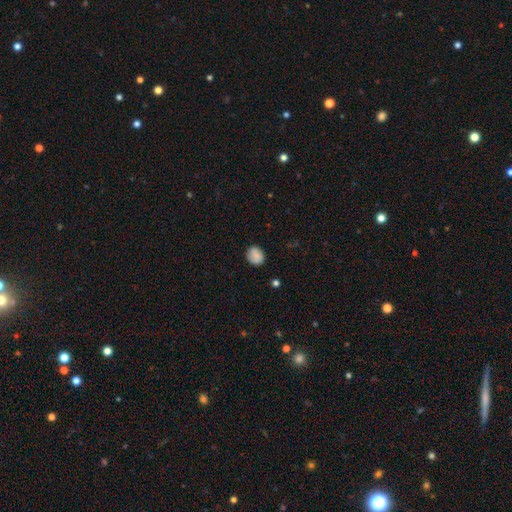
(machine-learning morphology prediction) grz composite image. It shows a smooth galaxy with no disk features (81%) that is round (62%). Merging: none (80%).